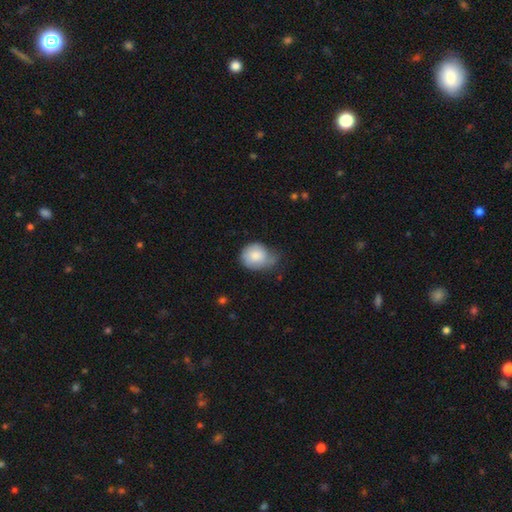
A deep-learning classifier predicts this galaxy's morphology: Overall: smooth (78%). How rounded: round (56%; in between 43%). Merging: minor disturbance (48%; none 27%).